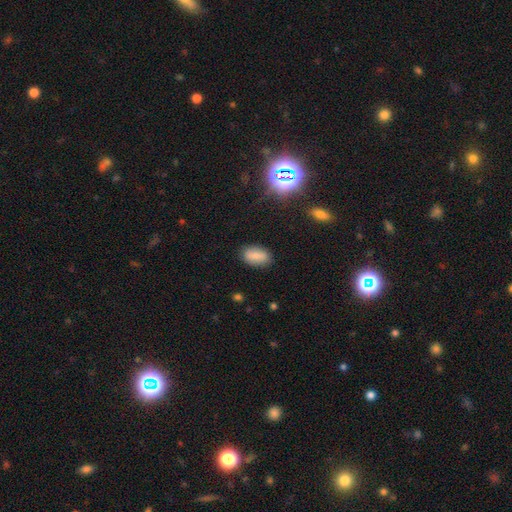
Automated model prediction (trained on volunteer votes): Smooth or featured: smooth — 79% (featured or disk — 11%)
How rounded: in between — 90% (round — 6%)
Merging: none — 85% (minor disturbance — 11%)